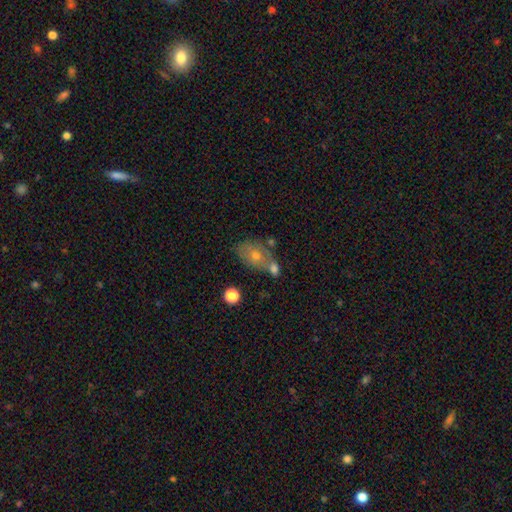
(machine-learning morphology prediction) Q: Smooth or featured?
A: smooth (57%); runner-up: featured or disk (30%)
Q: How rounded?
A: in between (74%); runner-up: round (23%)
Q: Merging?
A: none (50%); runner-up: merger (28%)